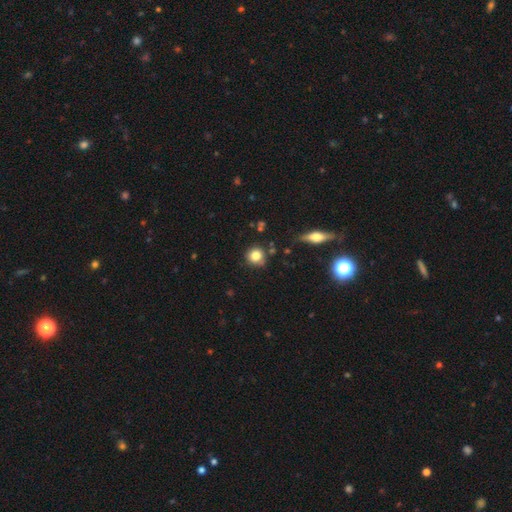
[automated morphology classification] The model was most divided on "merging": none: 80%, minor disturbance: 13%, merger: 4%, major disturbance: 3%. More confident: how rounded — round (90%); smooth or featured — smooth (82%).